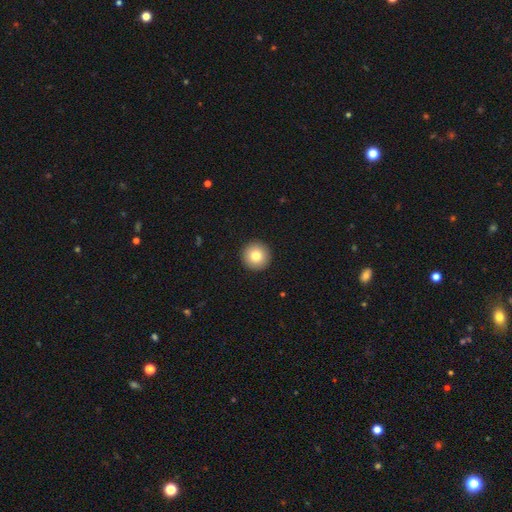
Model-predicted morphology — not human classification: Overall: smooth (82%). How rounded: round (96%). Merging: none (93%).